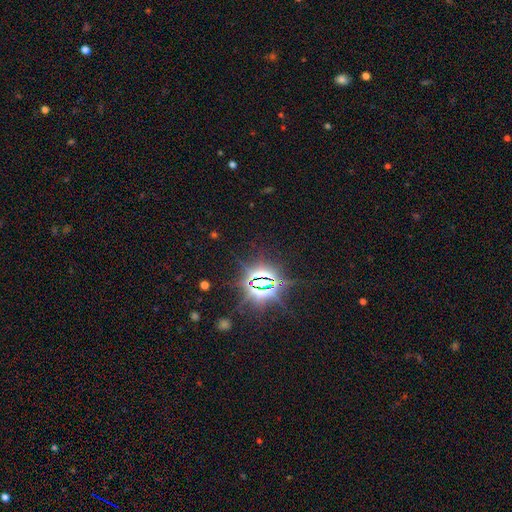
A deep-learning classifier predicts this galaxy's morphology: Q: Smooth or featured?
A: star or artifact (86%); runner-up: smooth (8%)